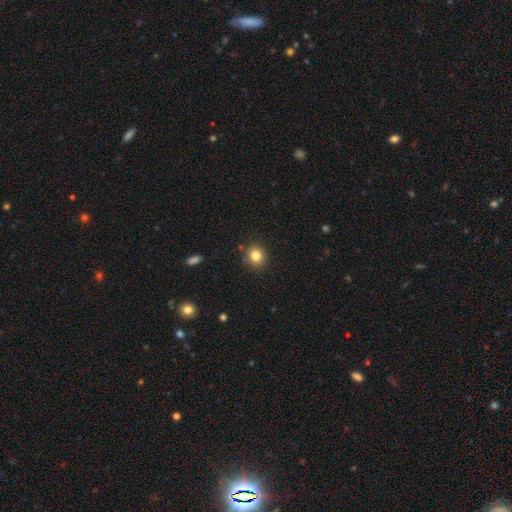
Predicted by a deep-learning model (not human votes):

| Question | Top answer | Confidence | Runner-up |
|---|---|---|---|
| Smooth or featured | smooth | 83% | star or artifact (11%) |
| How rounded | round | 85% | in between (14%) |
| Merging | none | 87% | minor disturbance (8%) |